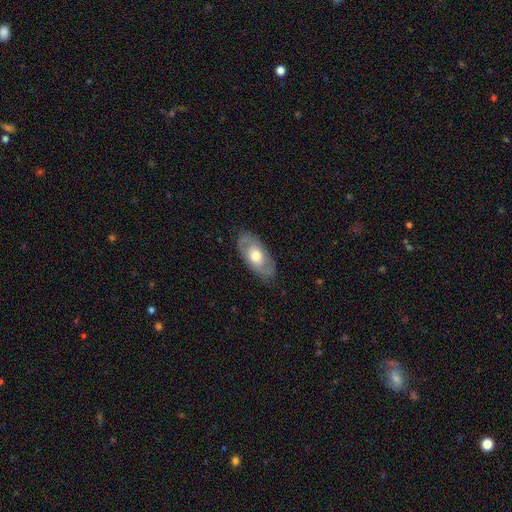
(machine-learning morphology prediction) Smooth or featured? Predicted: smooth (p=0.48). Merging? Predicted: none (p=0.77).